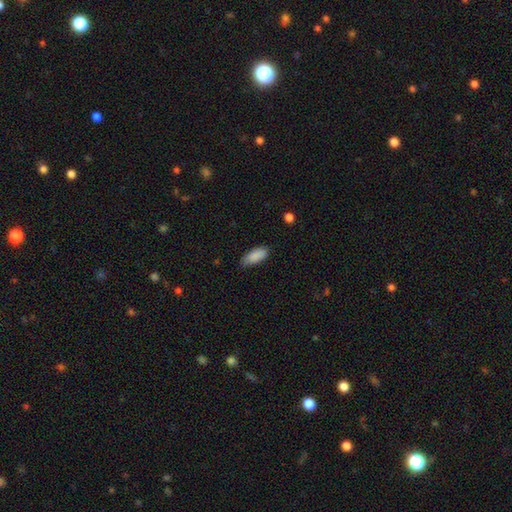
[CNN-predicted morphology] Smooth or featured?
  - smooth: 89% *
  - star or artifact: 6%
  - featured or disk: 5%
How rounded?
  - in between: 83% *
  - cigar-shaped: 15%
  - round: 2%
Merging?
  - none: 75% *
  - minor disturbance: 21%
  - major disturbance: 3%
  - merger: 1%